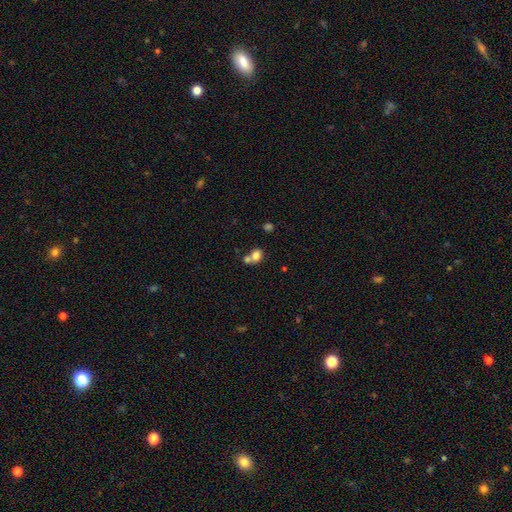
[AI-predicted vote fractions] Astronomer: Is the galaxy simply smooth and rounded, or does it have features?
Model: smooth — 78%.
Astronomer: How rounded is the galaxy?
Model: round — 55% (runner-up: in between, 44%).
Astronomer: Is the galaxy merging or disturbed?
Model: merger — 50% (runner-up: none, 37%).